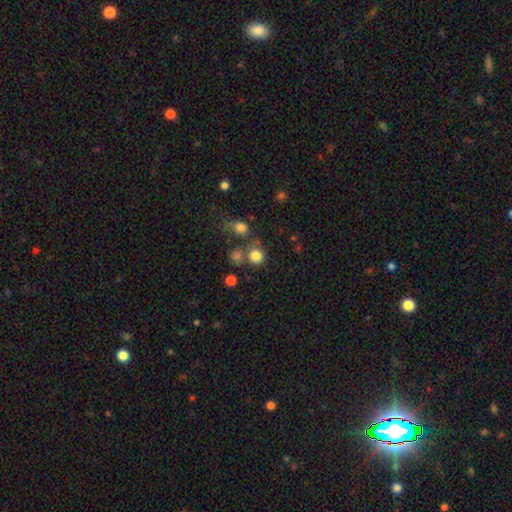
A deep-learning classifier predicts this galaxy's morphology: Smooth or featured? smooth (81%)
How rounded? round (88%)
Merging? none (66%)